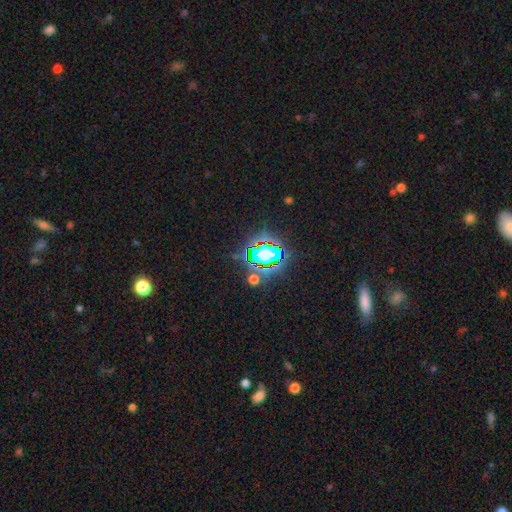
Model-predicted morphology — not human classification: smooth_or_featured: star or artifact (p=0.80) [alt: smooth p=0.13]